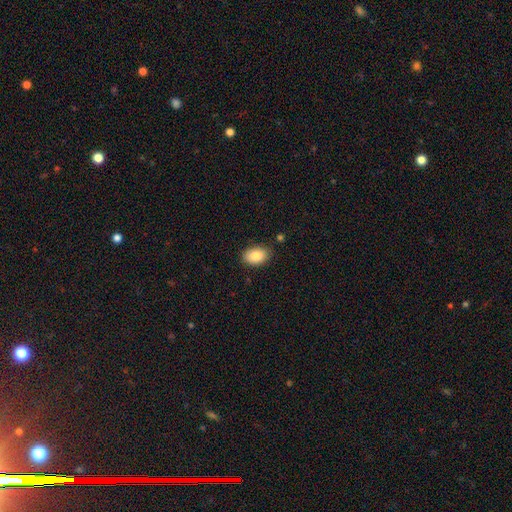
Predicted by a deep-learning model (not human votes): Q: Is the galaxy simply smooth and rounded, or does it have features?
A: smooth — 85%.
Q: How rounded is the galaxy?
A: in between — 86%.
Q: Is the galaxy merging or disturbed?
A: none — 82%.